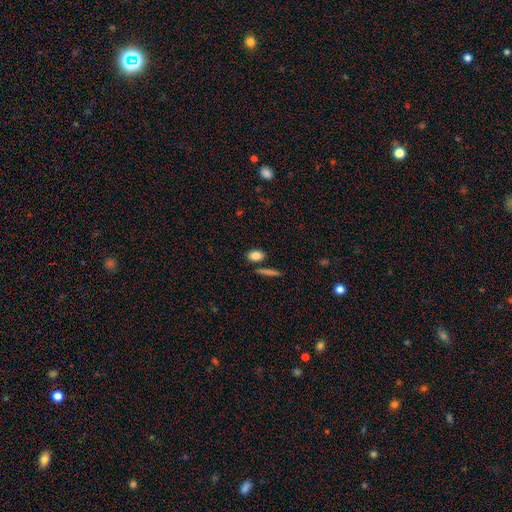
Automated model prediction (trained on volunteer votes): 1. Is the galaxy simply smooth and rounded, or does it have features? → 84% smooth, 8% star or artifact, 8% featured or disk.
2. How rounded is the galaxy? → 81% in between, 12% round, 7% cigar-shaped.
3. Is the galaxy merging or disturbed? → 79% none, 10% minor disturbance, 8% merger, 3% major disturbance.